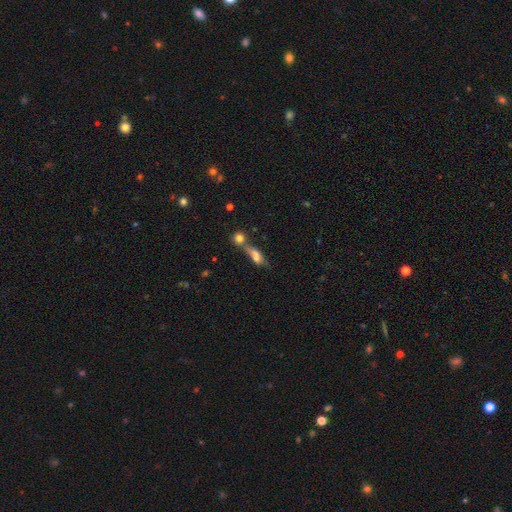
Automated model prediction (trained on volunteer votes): This appears to be a smooth galaxy with no disk features (57%) that is in between round and cigar-shaped (50%). Merging: merger (44%).